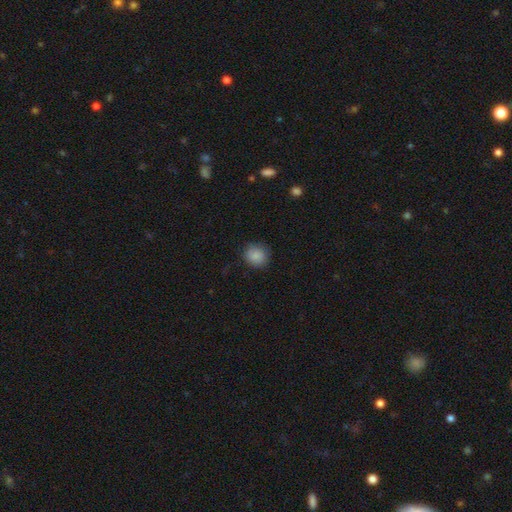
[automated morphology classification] Smooth or featured? smooth (87%)
How rounded? round (85%)
Merging? none (85%)